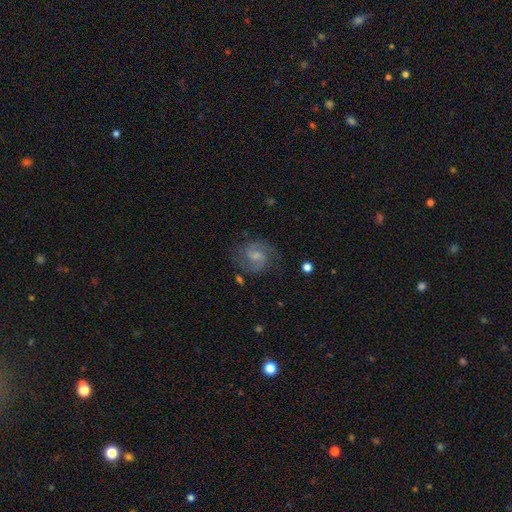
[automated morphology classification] featured or disk 76%, smooth 14%, star or artifact 10%. Down the decision tree: edge-on disk — no (98%); bar — weak (54%); spiral arms — yes (95%); spiral arm count — 2 (87%); spiral winding — medium (55%); bulge size — small (45%); merging — none (79%).